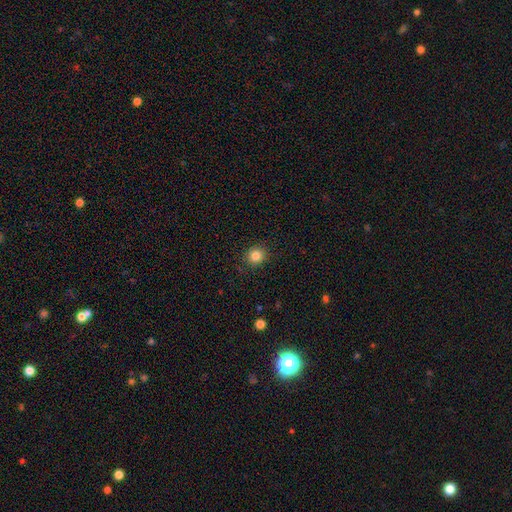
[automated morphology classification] Q: Smooth or featured?
A: smooth (83%); runner-up: star or artifact (11%)
Q: How rounded?
A: round (85%); runner-up: in between (14%)
Q: Merging?
A: none (89%); runner-up: minor disturbance (7%)